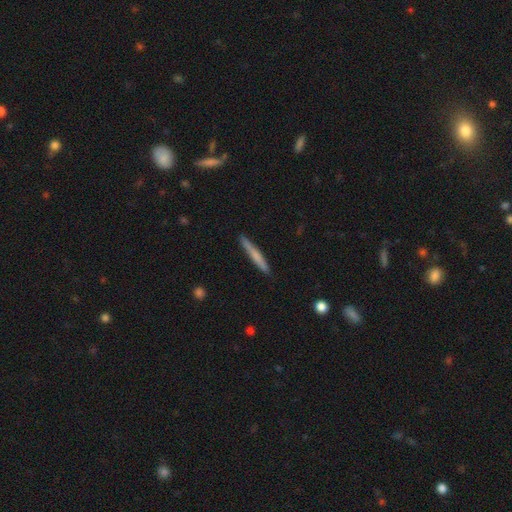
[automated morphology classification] smooth_or_featured: smooth (p=0.61) [alt: featured or disk p=0.34]
how_rounded: cigar-shaped (p=0.96) [alt: in between p=0.03]
merging: none (p=0.89) [alt: minor disturbance p=0.08]